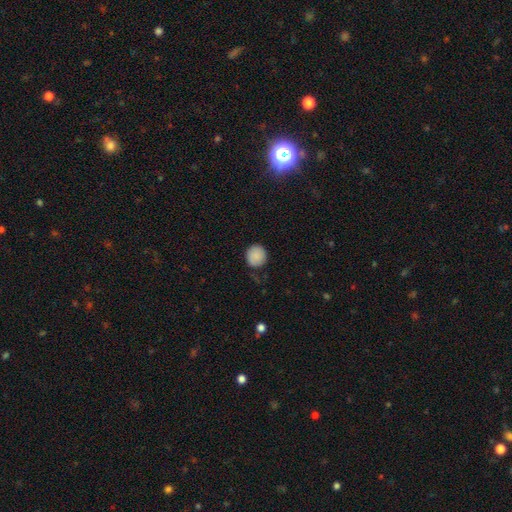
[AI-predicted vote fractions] smooth 87%, star or artifact 8%, featured or disk 5%. Down the decision tree: how rounded — round (86%); merging — none (82%).